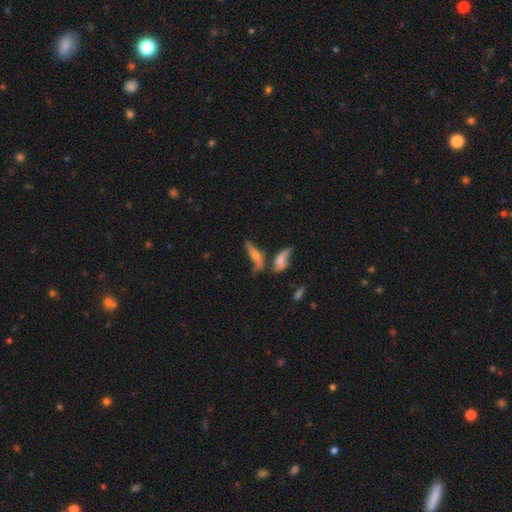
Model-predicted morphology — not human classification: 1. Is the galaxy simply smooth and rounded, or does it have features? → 45% smooth (tied), 45% featured or disk (tied), 10% star or artifact.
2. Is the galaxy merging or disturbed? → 45% none, 27% merger, 19% minor disturbance, 10% major disturbance.